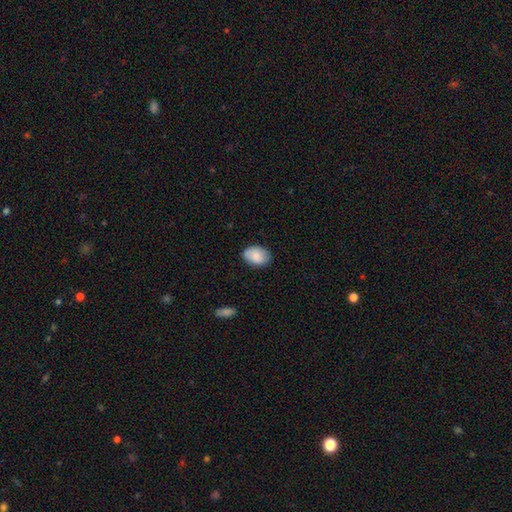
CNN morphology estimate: A smooth galaxy with no disk features (84%) that is in between round and cigar-shaped (83%).

Vote fractions:
- Smooth or featured? smooth: 84% / featured or disk: 10% / star or artifact: 6%
- How rounded? in between: 83% / round: 16% / cigar-shaped: 1%
- Merging? none: 80% / minor disturbance: 16% / major disturbance: 3% / merger: 1%